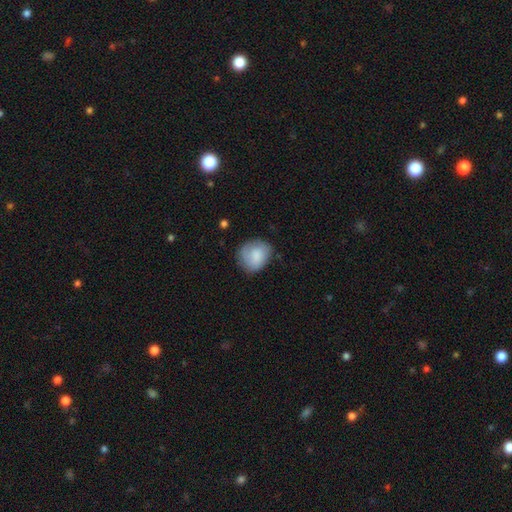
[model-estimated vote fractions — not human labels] Smooth or featured? smooth (75%)
How rounded? round (66%)
Merging? none (67%)